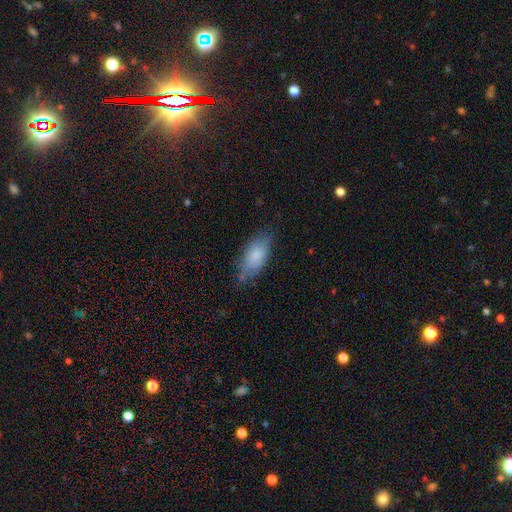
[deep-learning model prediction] Smooth or featured?
  - smooth: 79% *
  - featured or disk: 14%
  - star or artifact: 7%
How rounded?
  - in between: 86% *
  - cigar-shaped: 12%
  - round: 2%
Merging?
  - none: 62% *
  - minor disturbance: 28%
  - major disturbance: 7%
  - merger: 3%